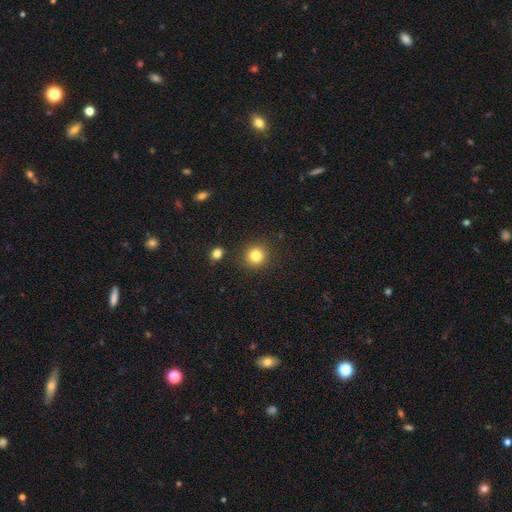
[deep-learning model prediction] Smooth or featured? smooth (82%)
How rounded? round (91%)
Merging? none (89%)